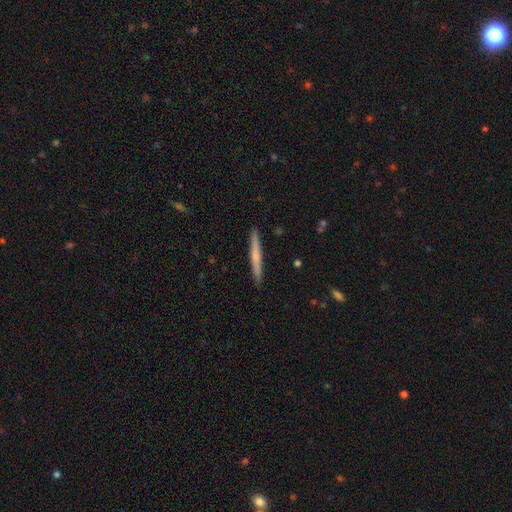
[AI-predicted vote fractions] smooth_or_featured: smooth (p=0.52) [alt: featured or disk p=0.42]
how_rounded: cigar-shaped (p=0.97) [alt: in between p=0.02]
merging: none (p=0.91) [alt: minor disturbance p=0.06]